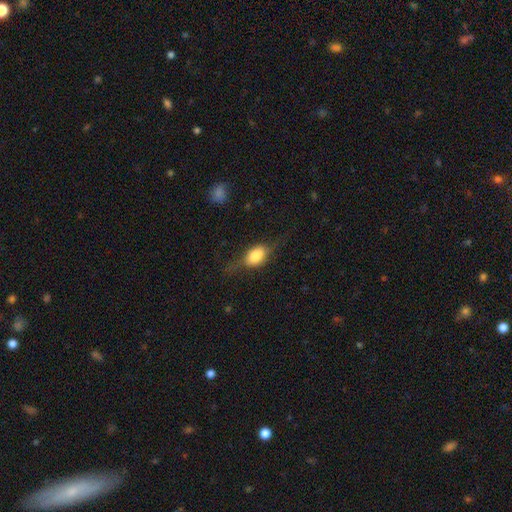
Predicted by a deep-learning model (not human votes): Q: Smooth or featured?
A: smooth (63%); runner-up: featured or disk (29%)
Q: How rounded?
A: in between (77%); runner-up: round (14%)
Q: Merging?
A: none (58%); runner-up: minor disturbance (24%)